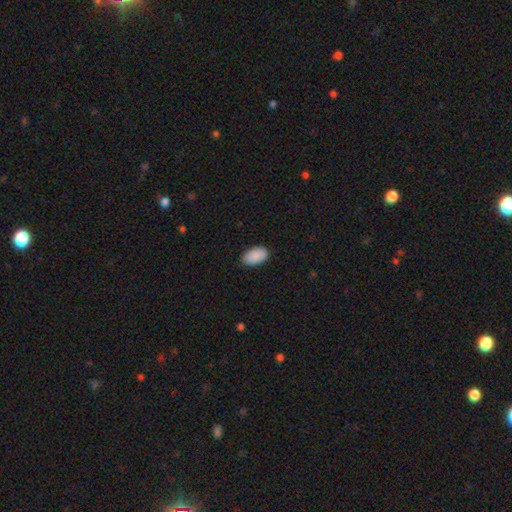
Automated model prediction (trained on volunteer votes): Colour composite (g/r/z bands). It shows a smooth galaxy with no disk features (90%) that is in between round and cigar-shaped (94%). Merging: none (84%).